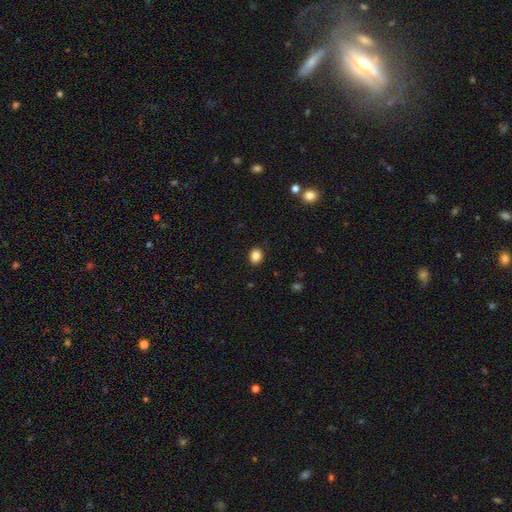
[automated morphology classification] type=smooth (86%); roundness=in between (52%); merging=none (89%).